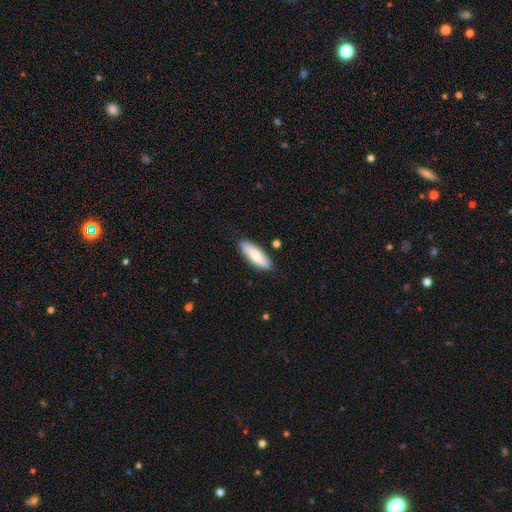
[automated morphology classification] smooth 74%, featured or disk 20%, star or artifact 6%. Down the decision tree: how rounded — in between (49%, tied with cigar-shaped); merging — none (86%).